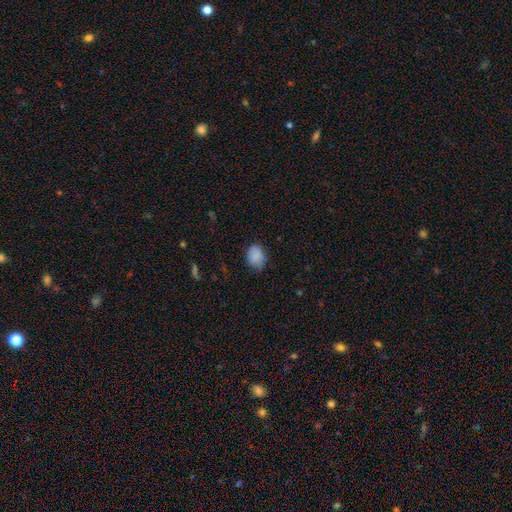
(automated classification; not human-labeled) Smooth or featured: smooth — 85% (star or artifact — 8%)
How rounded: in between — 62% (round — 37%)
Merging: none — 64% (minor disturbance — 29%)